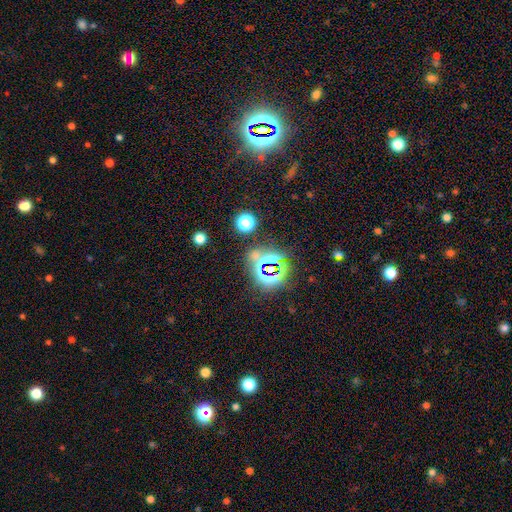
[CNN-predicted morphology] This appears to be a star or artifact, not a galaxy (67%).